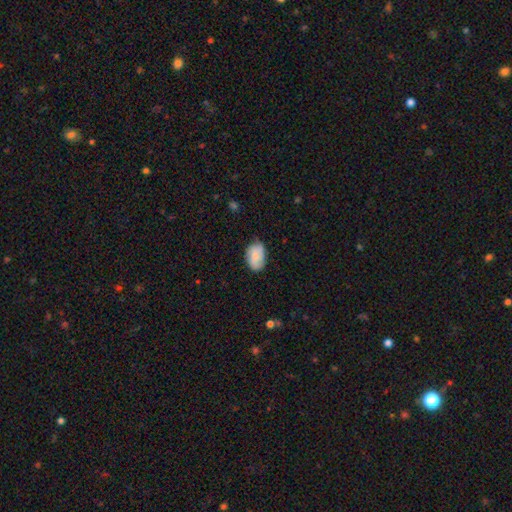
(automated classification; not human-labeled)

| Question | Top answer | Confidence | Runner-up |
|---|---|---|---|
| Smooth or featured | smooth | 72% | featured or disk (21%) |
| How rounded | in between | 87% | round (11%) |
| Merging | none | 66% | minor disturbance (28%) |